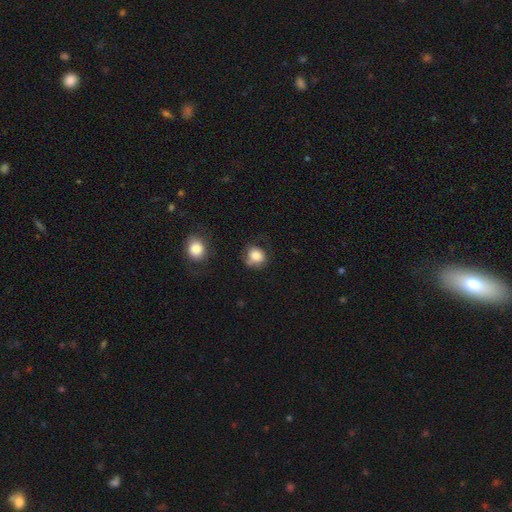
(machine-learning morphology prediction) Overall: smooth (82%). How rounded: round (78%). Merging: none (59%; minor disturbance 26%).